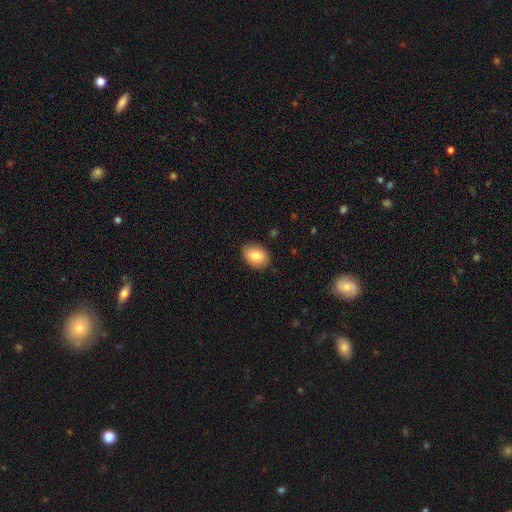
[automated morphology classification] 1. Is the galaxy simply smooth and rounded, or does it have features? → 83% smooth, 10% featured or disk, 7% star or artifact.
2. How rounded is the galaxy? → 78% in between, 21% round, 1% cigar-shaped.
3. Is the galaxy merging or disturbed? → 86% none, 11% minor disturbance, 2% major disturbance, 1% merger.